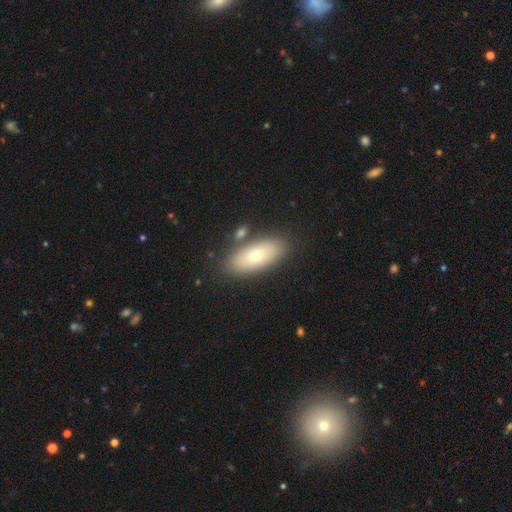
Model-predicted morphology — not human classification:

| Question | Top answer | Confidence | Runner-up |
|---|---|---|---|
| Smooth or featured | smooth | 67% | featured or disk (22%) |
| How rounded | in between | 85% | cigar-shaped (11%) |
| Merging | none | 81% | minor disturbance (10%) |